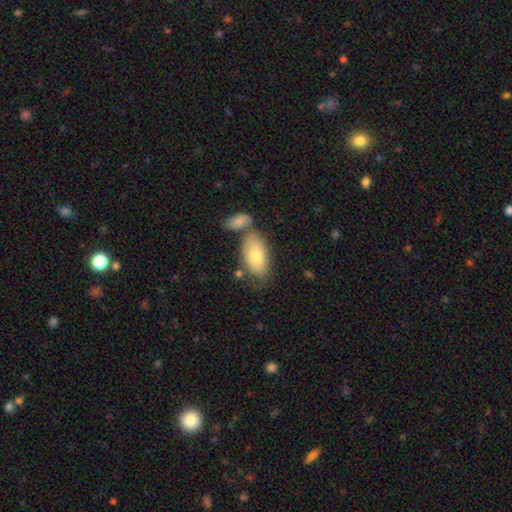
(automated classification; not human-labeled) smooth-or-featured: smooth: 72% | featured or disk: 21% | star or artifact: 6%
  how-rounded: in between: 92% | cigar-shaped: 4% | round: 3%
  merging: none: 51% | merger: 30% | minor disturbance: 15% | major disturbance: 4%